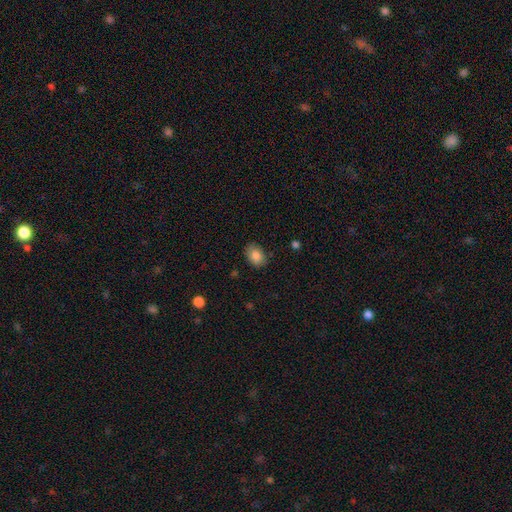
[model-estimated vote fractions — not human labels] Overall: smooth (84%). How rounded: in between (74%). Merging: none (84%).